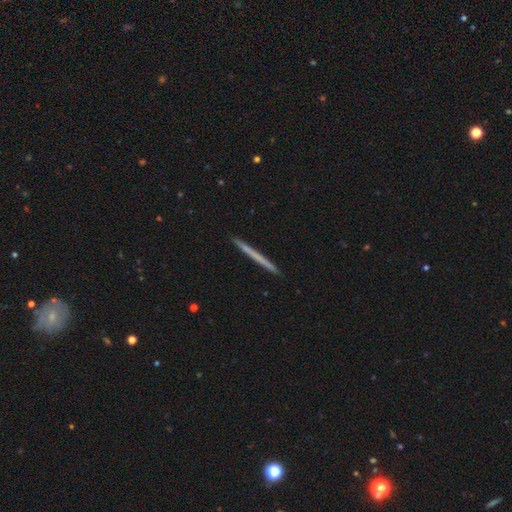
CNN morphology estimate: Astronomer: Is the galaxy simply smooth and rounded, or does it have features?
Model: smooth — 53% (runner-up: featured or disk, 42%).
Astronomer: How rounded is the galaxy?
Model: cigar-shaped — 97%.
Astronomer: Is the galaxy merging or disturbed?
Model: none — 93%.